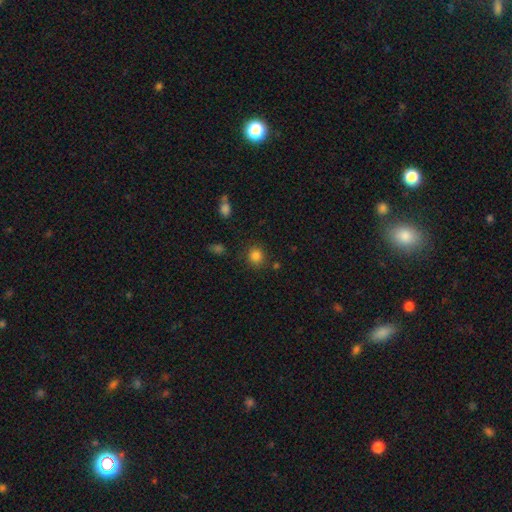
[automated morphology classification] Smooth or featured?
  - smooth: 83% *
  - star or artifact: 12%
  - featured or disk: 5%
How rounded?
  - round: 85% *
  - in between: 14%
  - cigar-shaped: 1%
Merging?
  - none: 84% *
  - minor disturbance: 9%
  - merger: 3%
  - major disturbance: 3%